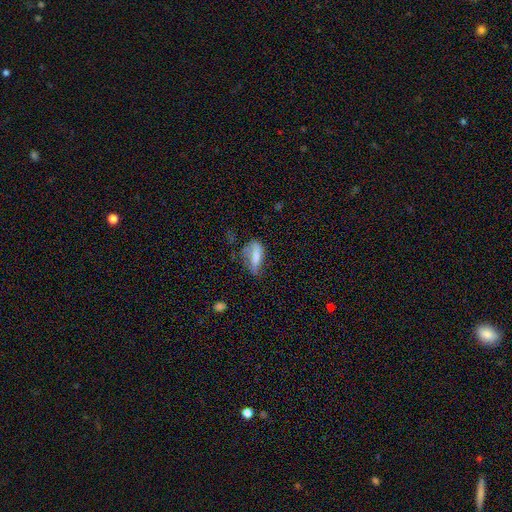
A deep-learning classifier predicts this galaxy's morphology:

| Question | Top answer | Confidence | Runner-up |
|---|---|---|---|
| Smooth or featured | smooth | 61% | featured or disk (30%) |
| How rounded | in between | 61% | cigar-shaped (35%) |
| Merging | none | 38% | minor disturbance (32%) |